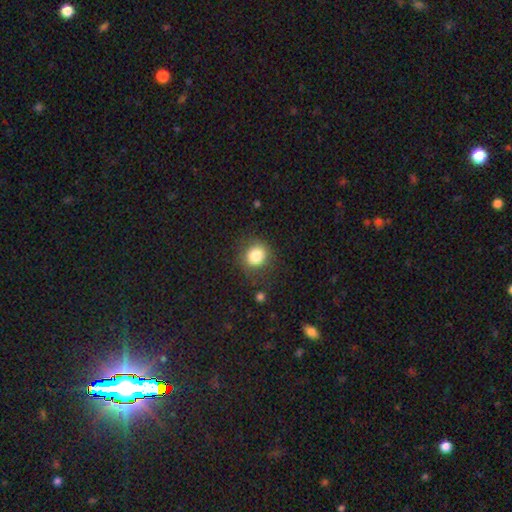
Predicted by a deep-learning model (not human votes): This is clearly a smooth galaxy (82%). How rounded: clearly round (82%). Merging: likely none (79%).